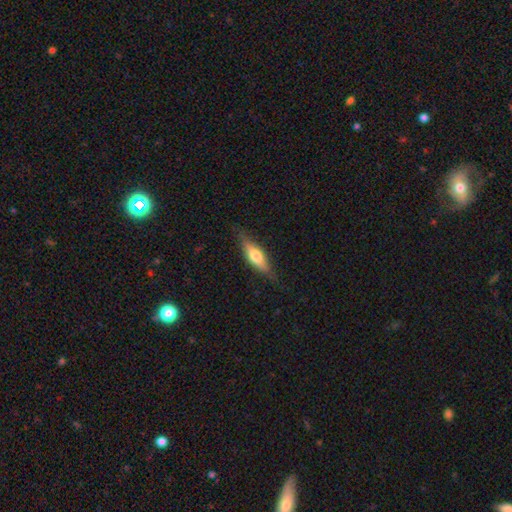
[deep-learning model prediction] A smooth galaxy with no disk features (55%) that is cigar-shaped (49%, tied with in between).

Vote fractions:
- Smooth or featured? smooth: 55% / featured or disk: 39% / star or artifact: 6%
- How rounded? cigar-shaped: 49% (tied) / in between: 49% (tied) / round: 3%
- Merging? none: 78% / minor disturbance: 17% / major disturbance: 4% / merger: 1%